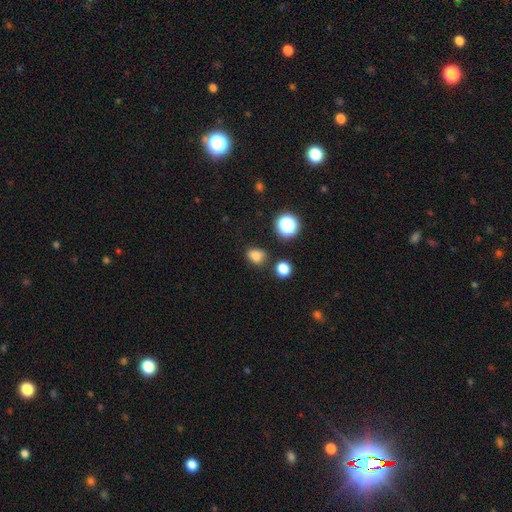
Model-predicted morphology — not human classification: Overall: smooth (78%). How rounded: in between (54%; round 44%). Merging: none (70%).